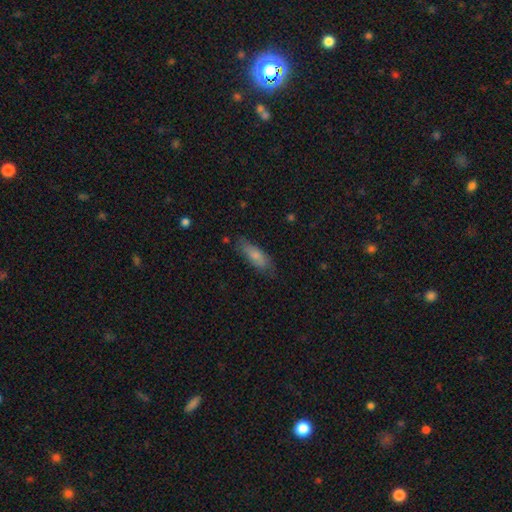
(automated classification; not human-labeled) smooth 76%, featured or disk 18%, star or artifact 6%. Down the decision tree: how rounded — in between (60%); merging — none (75%).